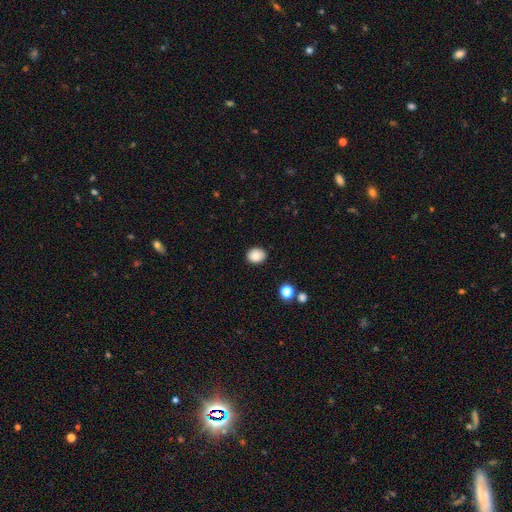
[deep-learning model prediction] This is clearly a smooth galaxy (85%). How rounded: likely round (62%). Merging: clearly none (89%).